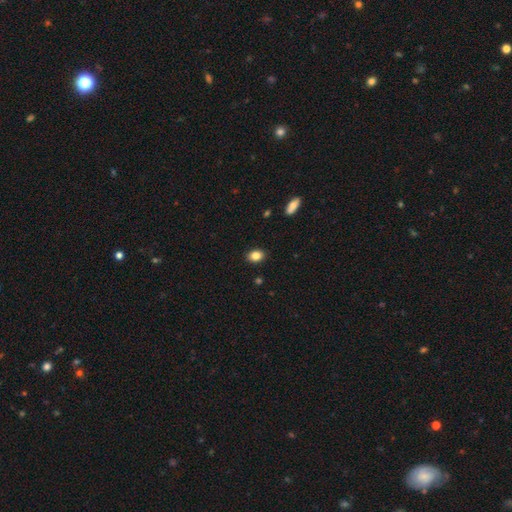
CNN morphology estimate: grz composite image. It shows a smooth galaxy with no disk features (85%) that is in between round and cigar-shaped (70%). Merging: none (89%).